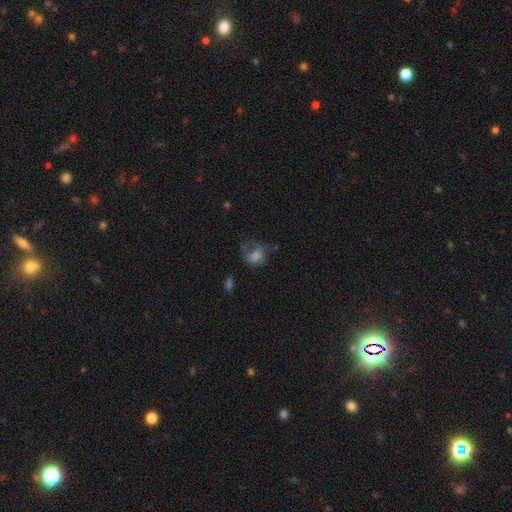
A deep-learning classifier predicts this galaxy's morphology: type=smooth (57%); roundness=in between (50%); merging=major disturbance (43%).